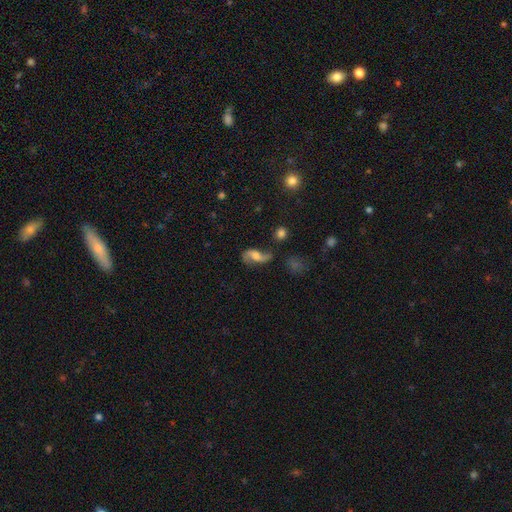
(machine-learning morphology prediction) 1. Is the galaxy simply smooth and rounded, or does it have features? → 72% featured or disk, 20% smooth, 8% star or artifact.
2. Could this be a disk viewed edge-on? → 94% no, 6% yes.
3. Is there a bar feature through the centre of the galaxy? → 49% no, 38% weak, 13% strong.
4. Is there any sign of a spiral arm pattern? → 91% yes, 9% no.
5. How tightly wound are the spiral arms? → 83% loose, 13% medium, 4% tight.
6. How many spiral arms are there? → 91% 2, 3% 1, 3% can't tell, 1% 3, 1% 4, 1% more than 4.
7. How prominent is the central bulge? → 50% moderate, 21% small, 17% large, 9% none, 2% dominant.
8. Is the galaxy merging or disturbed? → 61% none, 19% minor disturbance, 13% major disturbance, 7% merger.